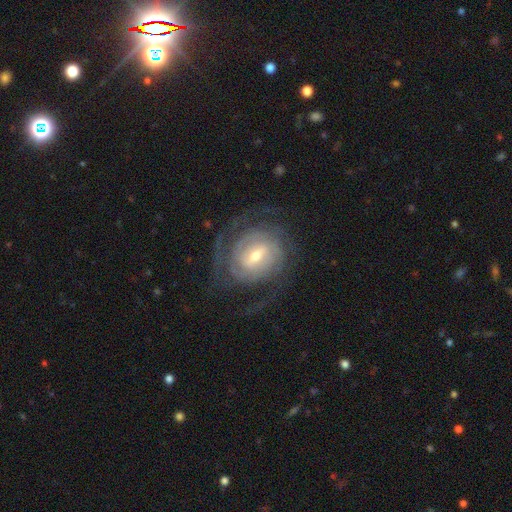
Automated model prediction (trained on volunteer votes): Smooth or featured?
  - featured or disk: 85% *
  - smooth: 9%
  - star or artifact: 5%
Edge-on disk?
  - no: 97% *
  - yes: 3%
Bar?
  - weak: 52% *
  - strong: 26%
  - no: 21%
Spiral arms?
  - yes: 94% *
  - no: 6%
Spiral winding?
  - tight: 60% *
  - medium: 30%
  - loose: 10%
Spiral arm count?
  - 2: 39% *
  - can't tell: 28%
  - 3: 15%
  - 4: 8%
  - 1: 6%
  - more than 4: 5%
Bulge size?
  - moderate: 48% *
  - small: 45%
  - large: 5%
  - none: 1%
  - dominant: 1%
Merging?
  - none: 70% *
  - major disturbance: 14%
  - minor disturbance: 14%
  - merger: 1%